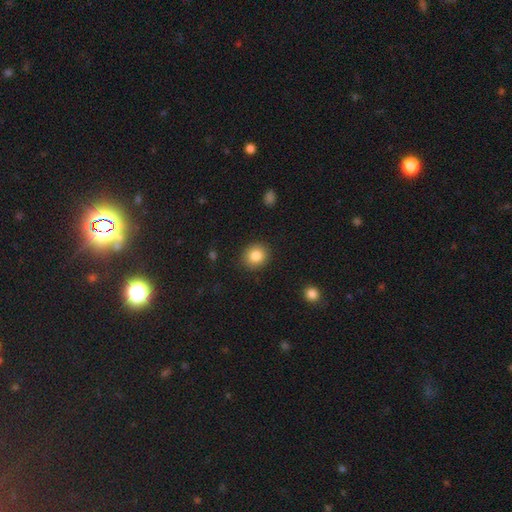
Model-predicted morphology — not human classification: Smooth or featured: smooth — 85% (star or artifact — 9%)
How rounded: round — 82% (in between — 18%)
Merging: none — 89% (minor disturbance — 7%)